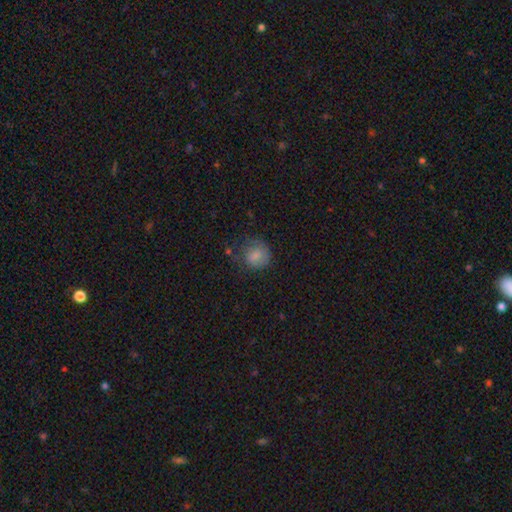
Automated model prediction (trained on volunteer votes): A smooth galaxy with no disk features (78%) that is round (80%).

Vote fractions:
- Smooth or featured? smooth: 78% / featured or disk: 13% / star or artifact: 9%
- How rounded? round: 80% / in between: 19% / cigar-shaped: 1%
- Merging? none: 55% / minor disturbance: 26% / major disturbance: 16% / merger: 3%